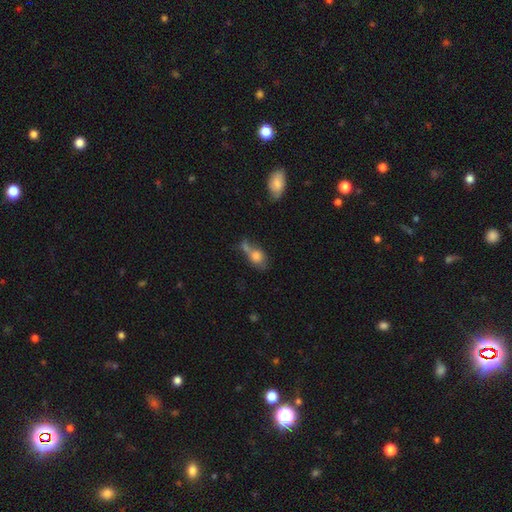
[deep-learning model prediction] The model was most divided on "merging": merger: 36%, none: 29%, minor disturbance: 19%, major disturbance: 16%. More confident: smooth or featured — smooth (72%); how rounded — in between (62%).